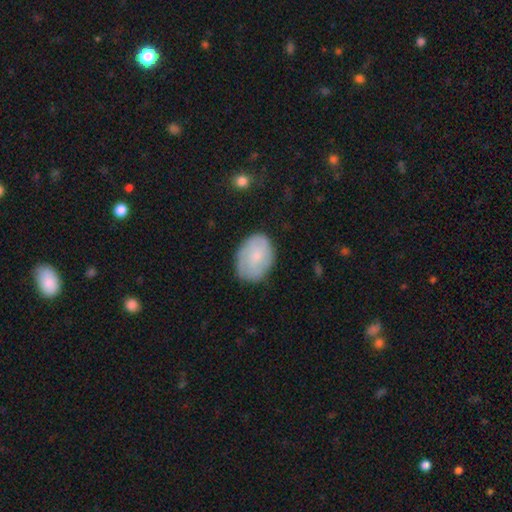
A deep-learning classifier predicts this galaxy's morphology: type=smooth (59%); roundness=in between (74%); merging=none (75%).